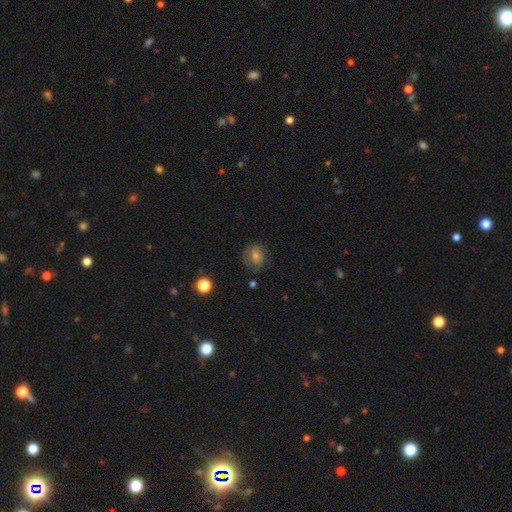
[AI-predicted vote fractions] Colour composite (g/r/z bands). It shows a smooth galaxy with no disk features (58%) that is round (64%). Merging: none (67%).